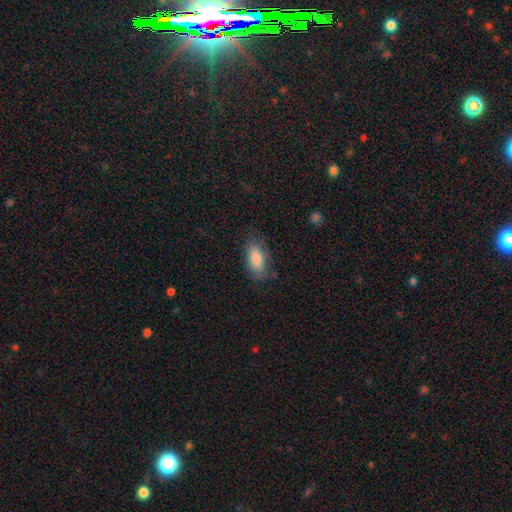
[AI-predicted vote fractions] smooth 78%, featured or disk 12%, star or artifact 10%. Down the decision tree: how rounded — in between (88%); merging — none (74%).